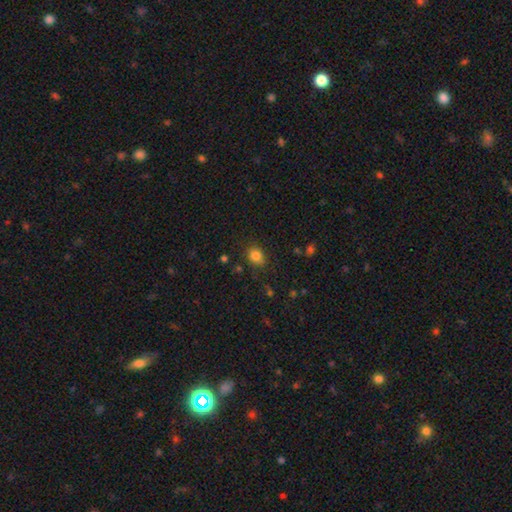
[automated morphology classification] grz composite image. It shows a smooth galaxy with no disk features (82%) that is round (59%). Merging: none (76%).